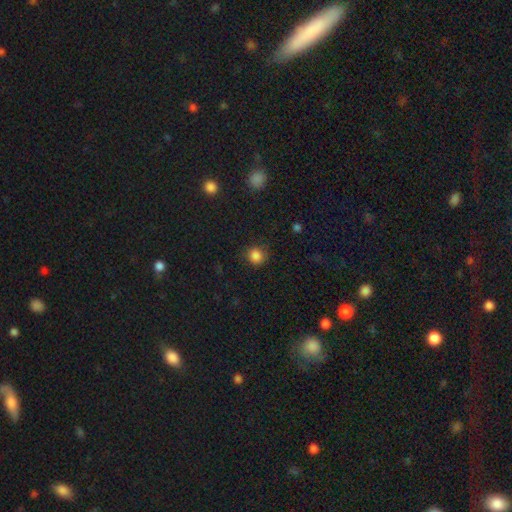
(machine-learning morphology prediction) The model was most divided on "merging": none: 82%, minor disturbance: 13%, major disturbance: 4%, merger: 1%. More confident: how rounded — round (87%); smooth or featured — smooth (85%).